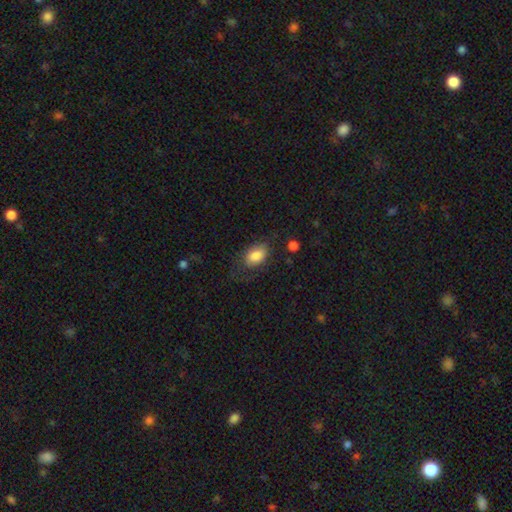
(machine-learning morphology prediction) This is clearly a smooth galaxy (82%). How rounded: clearly in between (90%). Merging: likely none (63%).